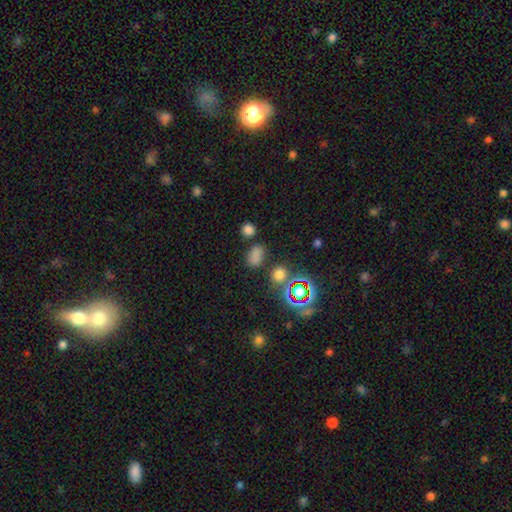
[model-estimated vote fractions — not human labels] The model was most divided on "smooth or featured": smooth: 71%, star or artifact: 23%, featured or disk: 6%. More confident: how rounded — in between (75%); merging — none (71%).